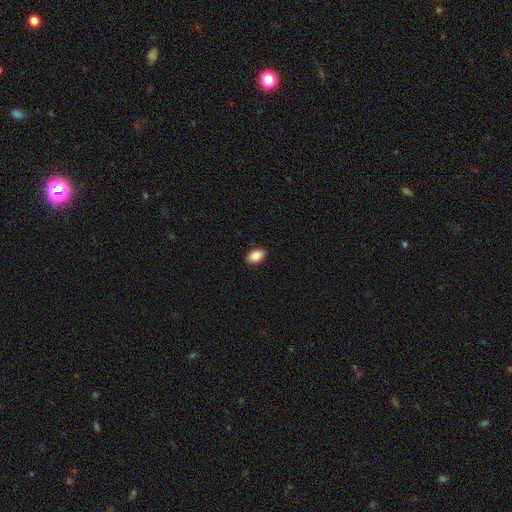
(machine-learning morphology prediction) type=smooth (88%); roundness=in between (91%); merging=none (90%).